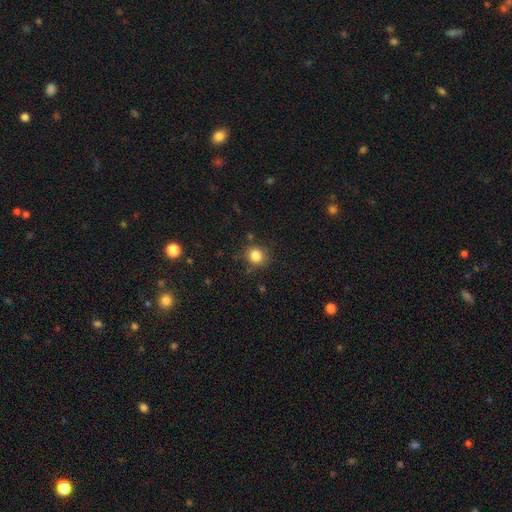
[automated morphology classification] Smooth or featured? smooth (82%)
How rounded? round (84%)
Merging? none (84%)